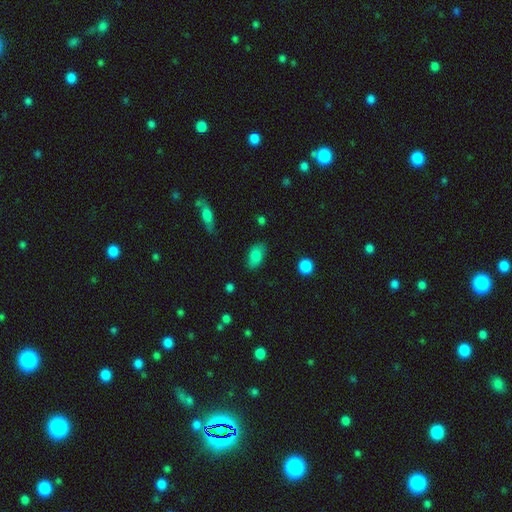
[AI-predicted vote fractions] Q: Smooth or featured?
A: smooth (84%); runner-up: featured or disk (9%)
Q: How rounded?
A: in between (91%); runner-up: round (6%)
Q: Merging?
A: none (77%); runner-up: minor disturbance (17%)